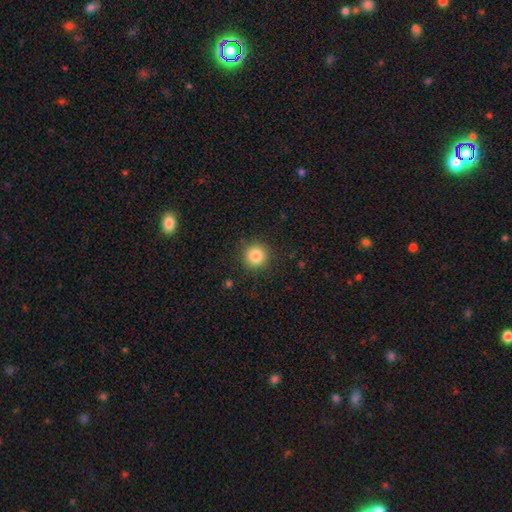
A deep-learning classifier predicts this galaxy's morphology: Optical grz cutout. It shows a smooth galaxy with no disk features (84%) that is round (95%). Merging: none (90%).